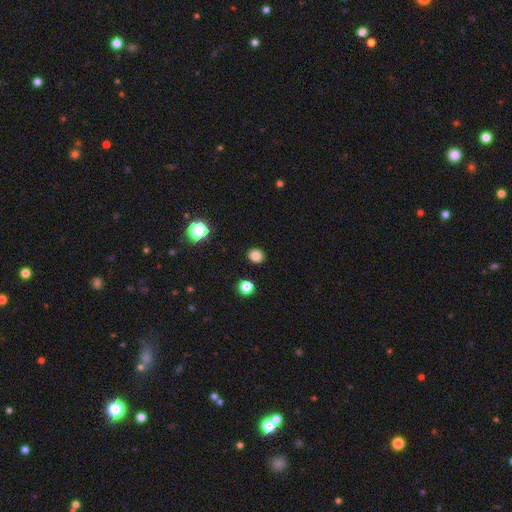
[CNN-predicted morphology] smooth-or-featured: smooth: 82% | star or artifact: 13% | featured or disk: 5%
  how-rounded: round: 77% | in between: 22% | cigar-shaped: 1%
  merging: none: 91% | minor disturbance: 6% | major disturbance: 2% | merger: 1%